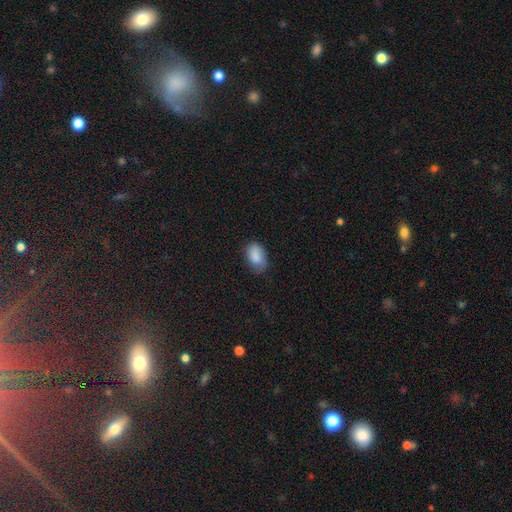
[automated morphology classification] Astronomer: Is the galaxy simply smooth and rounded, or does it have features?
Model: smooth — 86%.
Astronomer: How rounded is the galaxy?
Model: in between — 89%.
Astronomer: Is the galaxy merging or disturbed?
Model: none — 69%.